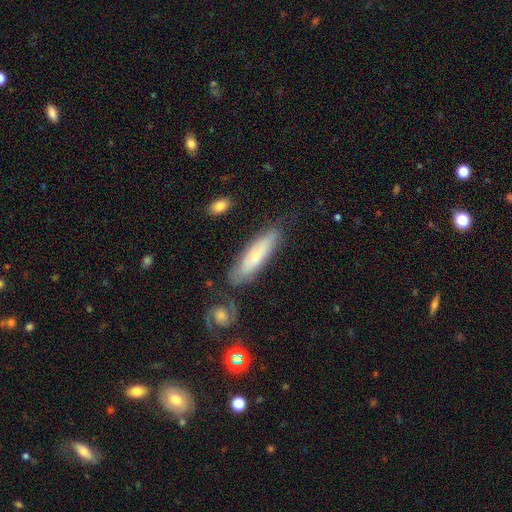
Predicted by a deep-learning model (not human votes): Q: Smooth or featured?
A: smooth (52%); runner-up: featured or disk (41%)
Q: How rounded?
A: cigar-shaped (68%); runner-up: in between (31%)
Q: Merging?
A: none (70%); runner-up: minor disturbance (19%)